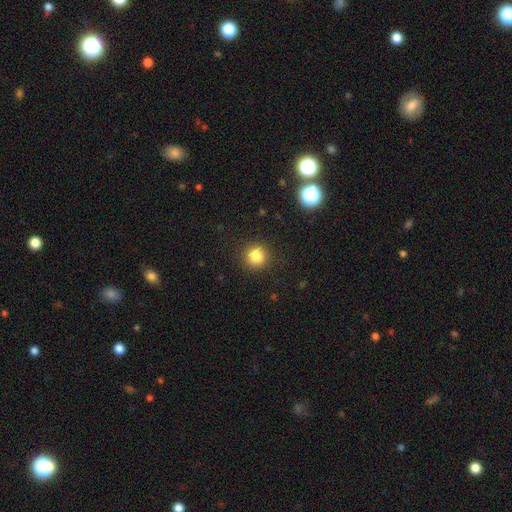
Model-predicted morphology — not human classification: smooth-or-featured: smooth: 83% | star or artifact: 12% | featured or disk: 5%
  how-rounded: round: 91% | in between: 9% | cigar-shaped: 1%
  merging: none: 90% | minor disturbance: 7% | major disturbance: 2% | merger: 1%